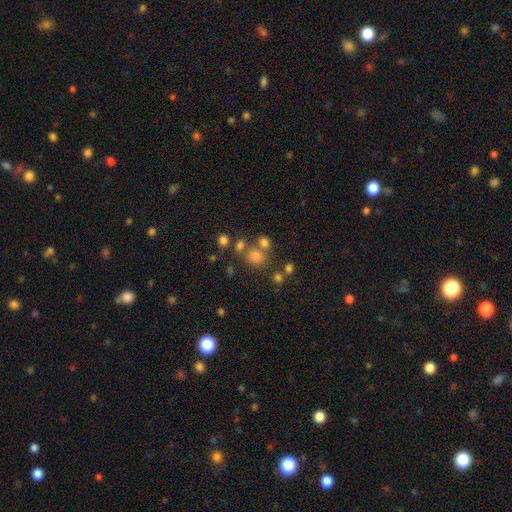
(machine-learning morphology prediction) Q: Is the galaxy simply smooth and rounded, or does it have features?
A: smooth — 62%.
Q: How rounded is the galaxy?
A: round — 85%.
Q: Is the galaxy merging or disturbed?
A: none — 63%.